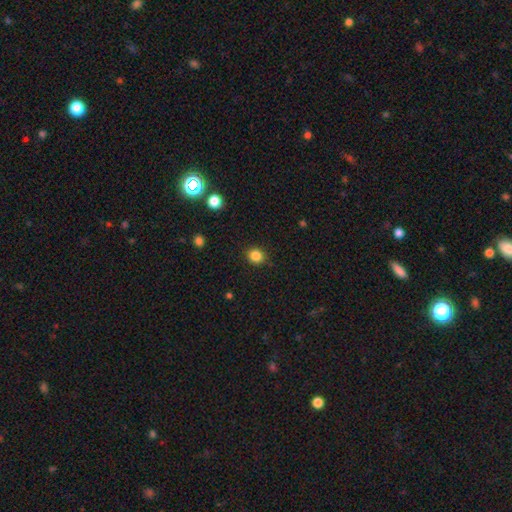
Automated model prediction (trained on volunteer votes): smooth 85%, star or artifact 11%, featured or disk 4%. Down the decision tree: how rounded — round (81%); merging — none (90%).